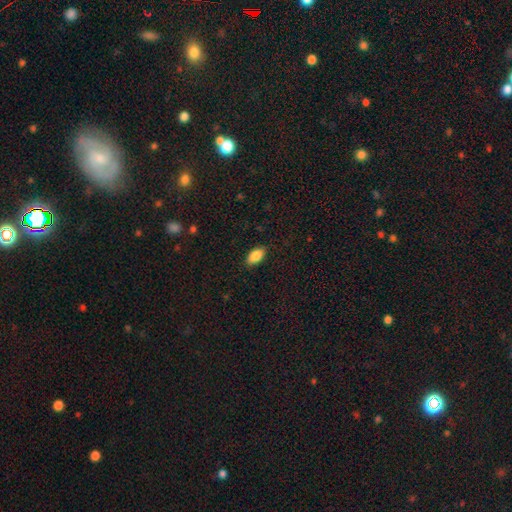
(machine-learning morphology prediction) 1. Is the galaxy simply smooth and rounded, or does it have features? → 86% smooth, 7% star or artifact, 7% featured or disk.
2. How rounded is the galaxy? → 92% in between, 4% cigar-shaped, 3% round.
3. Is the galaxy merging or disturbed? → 88% none, 9% minor disturbance, 2% major disturbance, 1% merger.